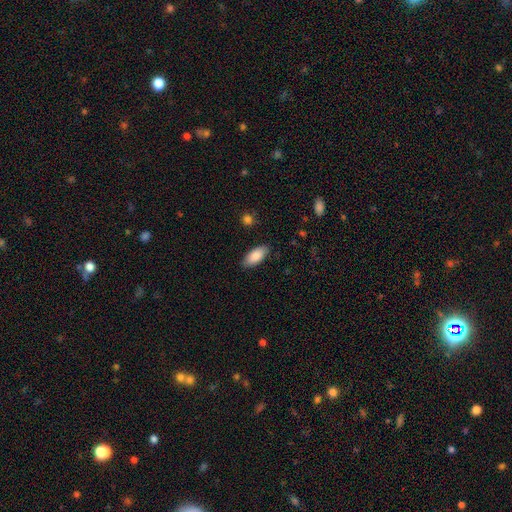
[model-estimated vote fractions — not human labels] This appears to be a smooth galaxy with no disk features (86%) that is in between round and cigar-shaped (89%). Merging: none (86%).